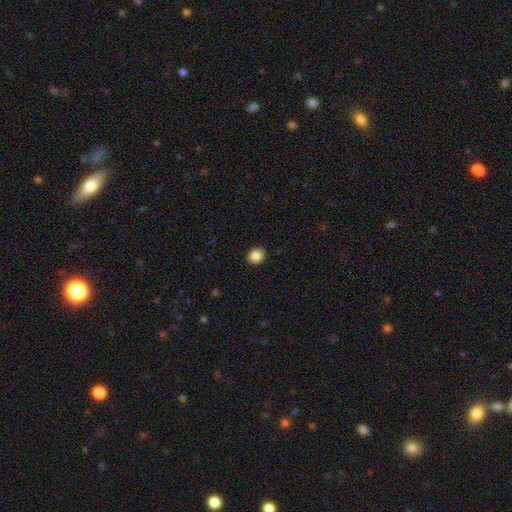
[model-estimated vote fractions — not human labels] smooth 86%, star or artifact 9%, featured or disk 5%. Down the decision tree: how rounded — round (64%); merging — none (91%).